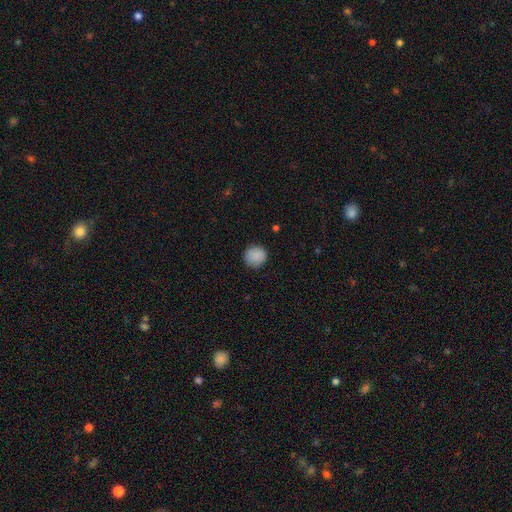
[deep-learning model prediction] Smooth or featured? smooth (89%)
How rounded? round (93%)
Merging? none (87%)